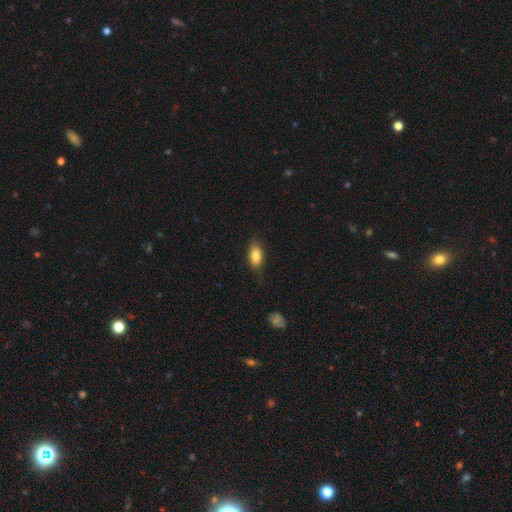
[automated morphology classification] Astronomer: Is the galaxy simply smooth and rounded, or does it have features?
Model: smooth — 83%.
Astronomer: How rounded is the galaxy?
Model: in between — 88%.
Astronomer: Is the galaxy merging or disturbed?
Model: none — 77%.